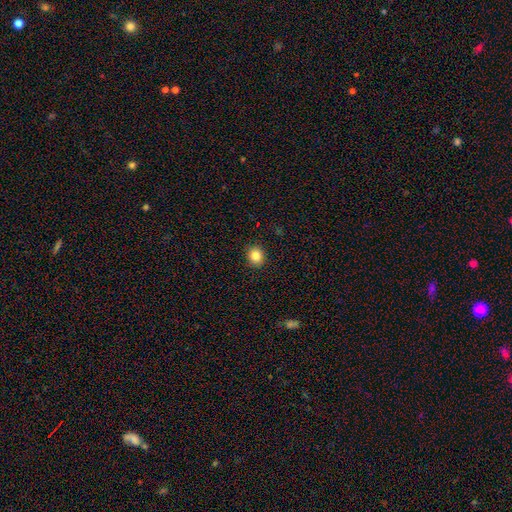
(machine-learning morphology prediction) Smooth or featured? Predicted: smooth (p=0.85). How rounded? Predicted: round (p=0.74). Merging? Predicted: none (p=0.91).